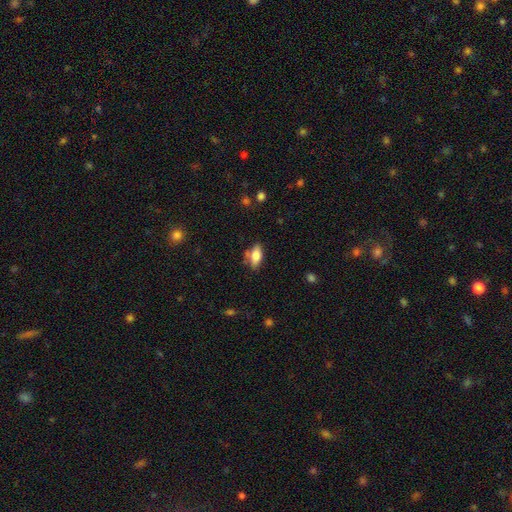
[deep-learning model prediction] This appears to be a smooth galaxy with no disk features (75%) that is in between round and cigar-shaped (83%). Merging: none (68%).